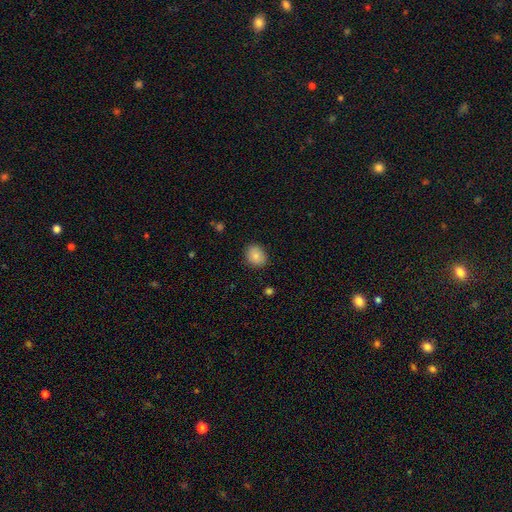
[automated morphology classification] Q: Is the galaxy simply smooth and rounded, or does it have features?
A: smooth — 84%.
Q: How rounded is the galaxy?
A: in between — 50%.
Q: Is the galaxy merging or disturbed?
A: none — 85%.